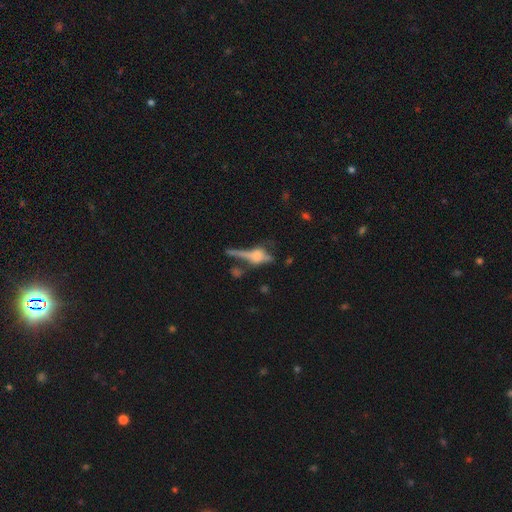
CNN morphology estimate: Smooth or featured?
  - featured or disk: 48% *
  - smooth: 38%
  - star or artifact: 14%
Merging?
  - none: 43% *
  - merger: 22%
  - major disturbance: 19%
  - minor disturbance: 16%